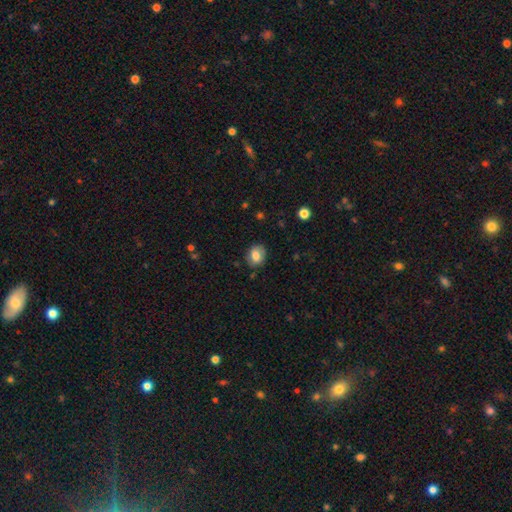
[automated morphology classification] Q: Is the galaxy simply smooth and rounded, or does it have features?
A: smooth — 78%.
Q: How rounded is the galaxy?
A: round — 51%.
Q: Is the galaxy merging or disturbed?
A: none — 82%.